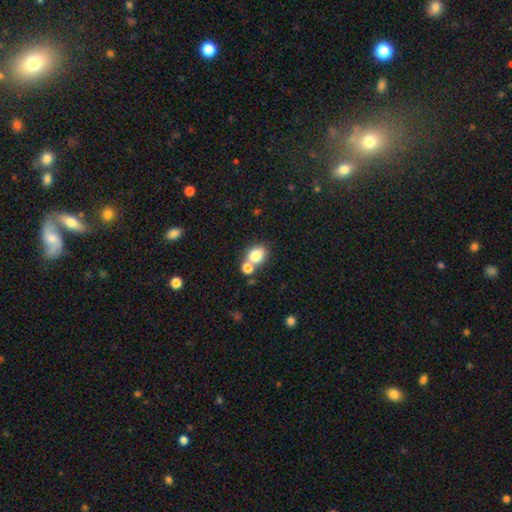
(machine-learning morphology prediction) Smooth or featured? smooth (80%)
How rounded? round (56%)
Merging? none (52%)